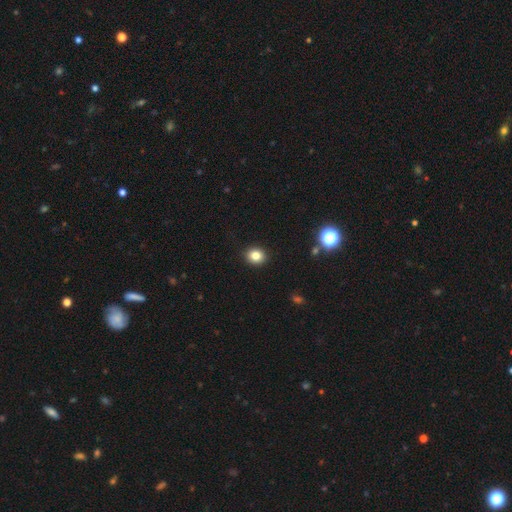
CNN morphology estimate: Smooth or featured?
  - smooth: 83% *
  - star or artifact: 11%
  - featured or disk: 6%
How rounded?
  - round: 74% *
  - in between: 25%
  - cigar-shaped: 1%
Merging?
  - none: 91% *
  - minor disturbance: 6%
  - major disturbance: 2%
  - merger: 1%